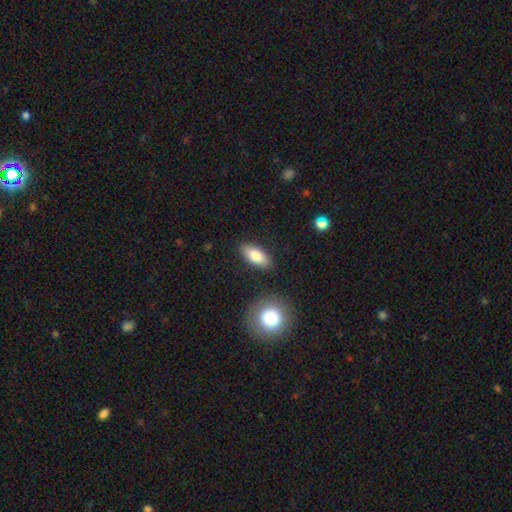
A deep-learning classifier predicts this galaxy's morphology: Smooth or featured? Predicted: smooth (p=0.80). How rounded? Predicted: in between (p=0.84). Merging? Predicted: none (p=0.86).